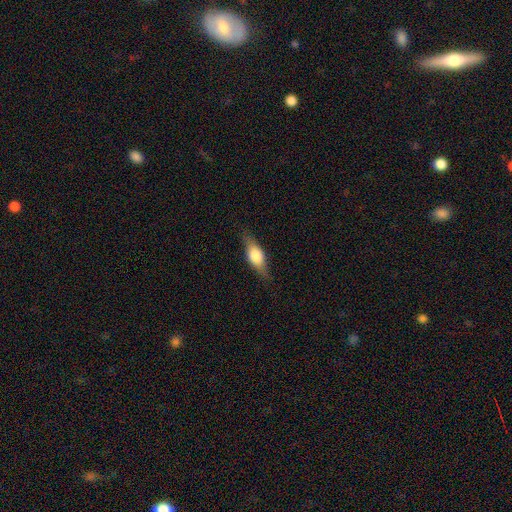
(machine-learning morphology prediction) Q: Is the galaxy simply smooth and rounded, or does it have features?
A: smooth — 56%.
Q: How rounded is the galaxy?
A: in between — 71%.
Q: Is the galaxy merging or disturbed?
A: none — 80%.